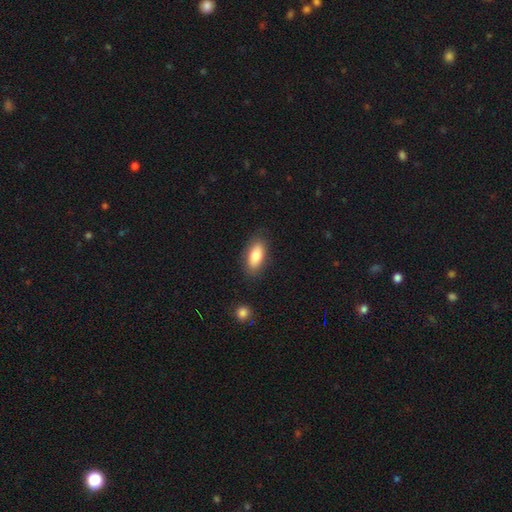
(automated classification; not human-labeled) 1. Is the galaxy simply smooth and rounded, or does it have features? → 81% smooth, 12% featured or disk, 7% star or artifact.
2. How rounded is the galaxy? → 87% in between, 10% cigar-shaped, 3% round.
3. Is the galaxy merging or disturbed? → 84% none, 11% minor disturbance, 3% major disturbance, 2% merger.